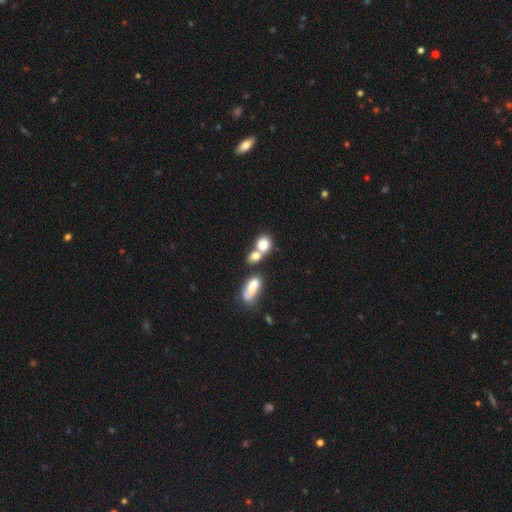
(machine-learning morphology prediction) smooth 77%, featured or disk 11%, star or artifact 11%. Down the decision tree: how rounded — round (56%); merging — merger (49%).